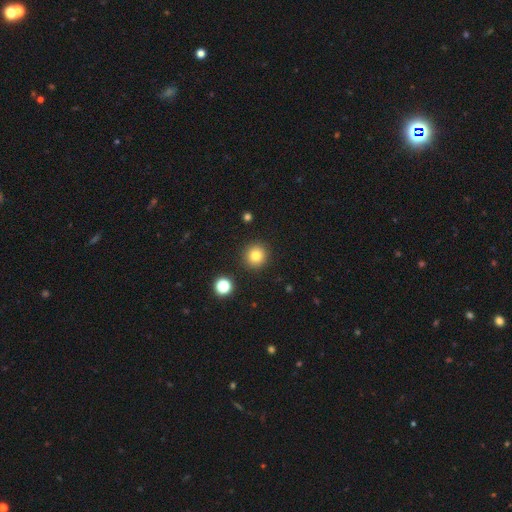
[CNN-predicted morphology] Smooth or featured: smooth — 80% (star or artifact — 13%)
How rounded: round — 95% (in between — 5%)
Merging: none — 91% (minor disturbance — 5%)